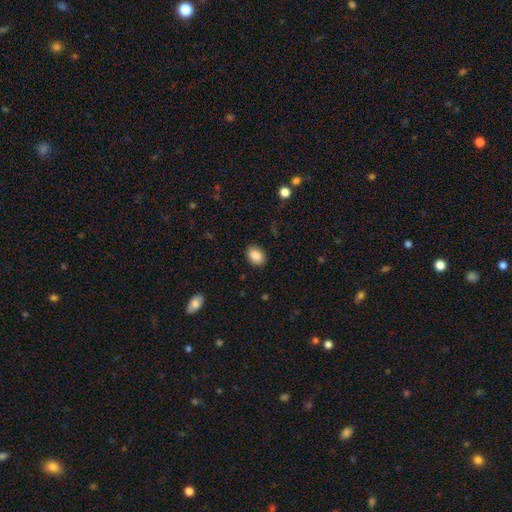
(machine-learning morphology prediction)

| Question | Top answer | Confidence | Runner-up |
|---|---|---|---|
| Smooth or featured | smooth | 88% | star or artifact (8%) |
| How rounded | in between | 75% | round (24%) |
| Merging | none | 88% | minor disturbance (9%) |